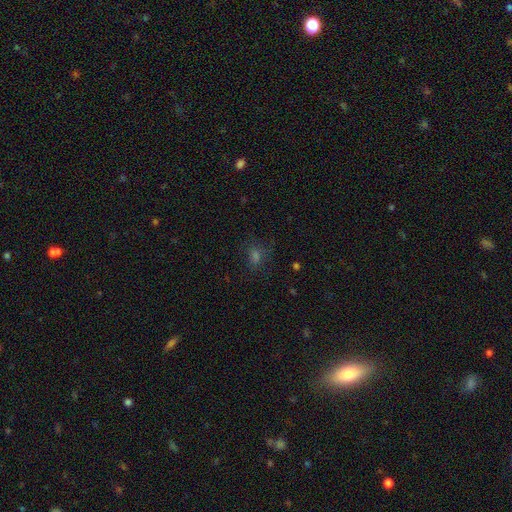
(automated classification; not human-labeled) This appears to be a smooth galaxy with no disk features (53%) that is round (49%). Merging: none (73%).